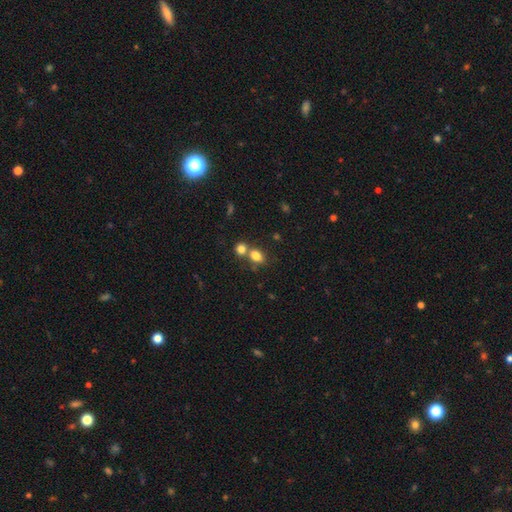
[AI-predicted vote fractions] This is likely a smooth galaxy (80%). How rounded: possibly in between (58%). Merging: possibly none (47%).